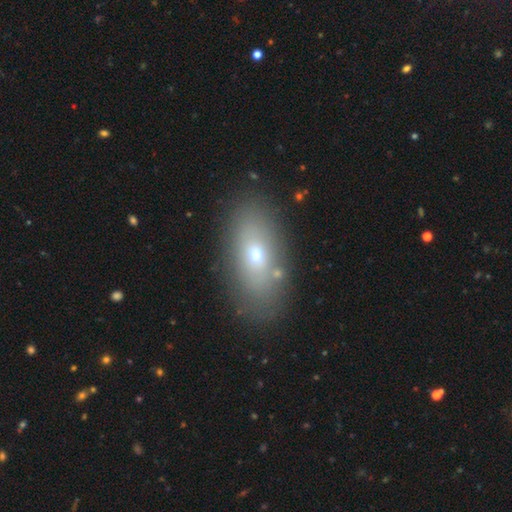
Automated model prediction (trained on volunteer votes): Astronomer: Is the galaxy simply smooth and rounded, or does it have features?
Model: smooth — 61%.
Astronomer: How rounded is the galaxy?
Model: in between — 83%.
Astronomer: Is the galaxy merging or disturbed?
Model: none — 82%.